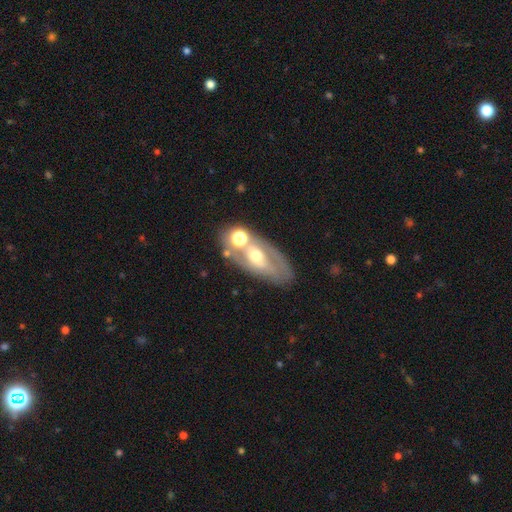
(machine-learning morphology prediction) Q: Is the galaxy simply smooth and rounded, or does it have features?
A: featured or disk — 64%.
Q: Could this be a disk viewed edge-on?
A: no — 86%.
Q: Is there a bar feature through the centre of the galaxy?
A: no — 58%.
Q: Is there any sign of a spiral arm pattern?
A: no — 61%.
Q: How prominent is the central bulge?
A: moderate — 67%.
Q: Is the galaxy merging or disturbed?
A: none — 61%.